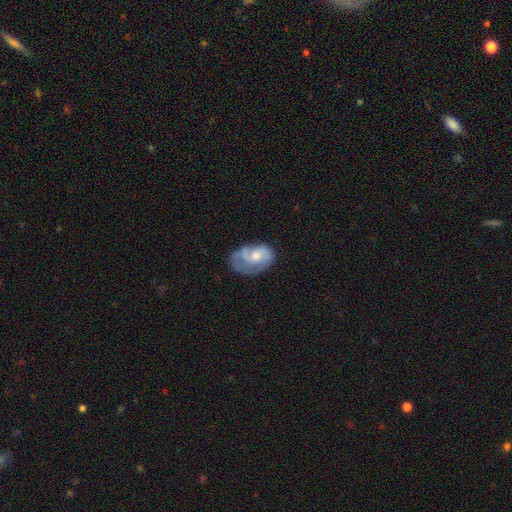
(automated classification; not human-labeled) Smooth or featured? Predicted: featured or disk (p=0.61). Edge-on disk? Predicted: no (p=0.97). Bar? Predicted: no (p=0.70). Spiral arms? Predicted: yes (p=0.78). Bulge size? Predicted: moderate (p=0.49). Merging? Predicted: none (p=0.40).